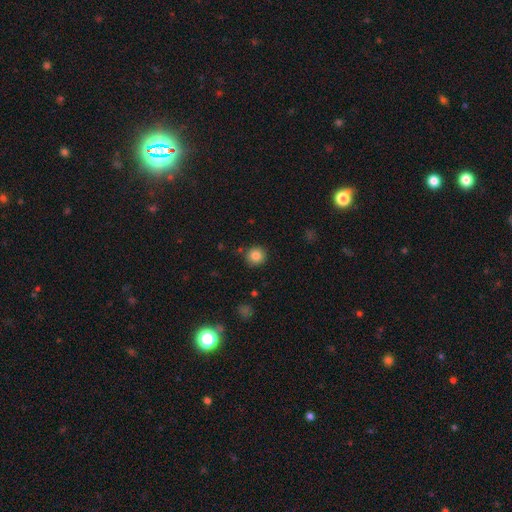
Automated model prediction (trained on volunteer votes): Smooth or featured? smooth (84%)
How rounded? round (93%)
Merging? none (87%)